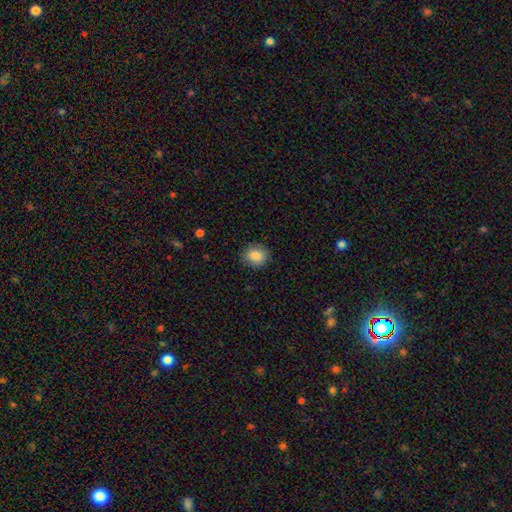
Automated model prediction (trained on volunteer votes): smooth-or-featured: smooth: 86% | star or artifact: 9% | featured or disk: 5%
  how-rounded: round: 71% | in between: 28% | cigar-shaped: 1%
  merging: none: 87% | minor disturbance: 9% | major disturbance: 2% | merger: 1%